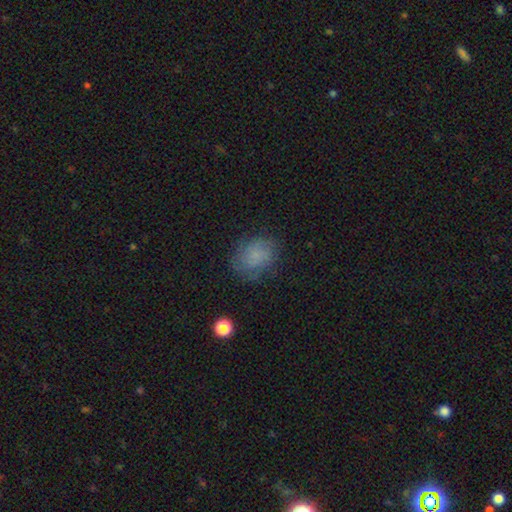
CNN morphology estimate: Q: Smooth or featured?
A: smooth (65%); runner-up: featured or disk (22%)
Q: How rounded?
A: round (50%); runner-up: in between (49%)
Q: Merging?
A: none (71%); runner-up: minor disturbance (19%)